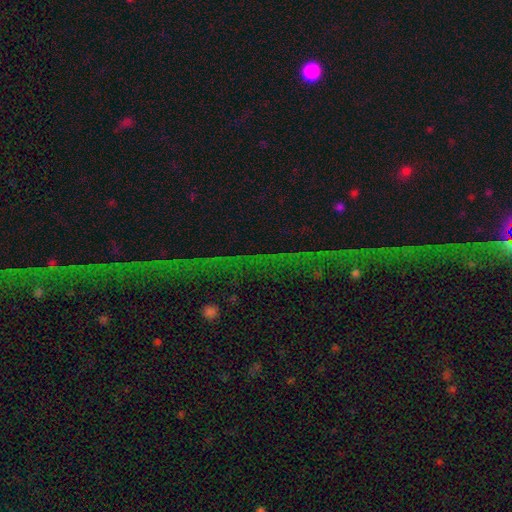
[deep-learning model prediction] smooth_or_featured: star or artifact (p=0.74) [alt: featured or disk p=0.14]